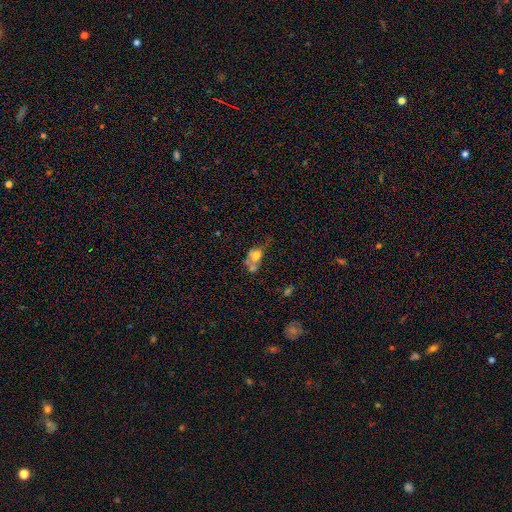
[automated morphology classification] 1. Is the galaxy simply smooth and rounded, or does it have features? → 58% smooth, 29% featured or disk, 13% star or artifact.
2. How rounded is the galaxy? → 61% in between, 36% round, 3% cigar-shaped.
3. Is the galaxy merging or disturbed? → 45% merger, 22% none, 19% major disturbance, 15% minor disturbance.